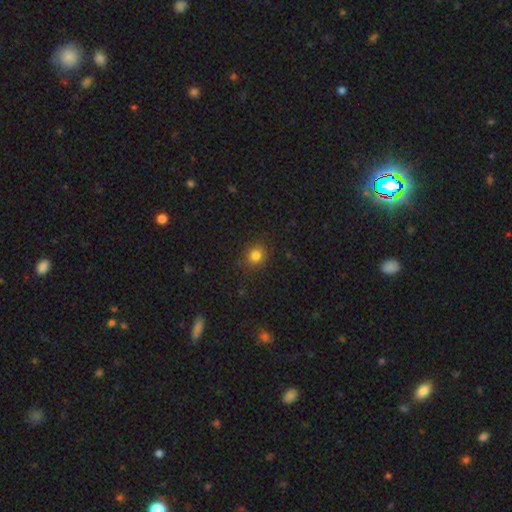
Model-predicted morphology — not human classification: Smooth or featured: smooth — 81% (star or artifact — 13%)
How rounded: round — 80% (in between — 19%)
Merging: none — 86% (minor disturbance — 10%)